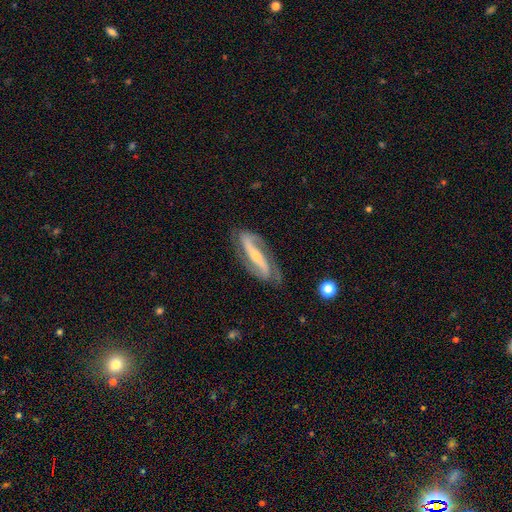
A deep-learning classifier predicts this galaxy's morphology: Q: Smooth or featured?
A: featured or disk (88%); runner-up: smooth (8%)
Q: Edge-on disk?
A: no (90%); runner-up: yes (10%)
Q: Bar?
A: strong (64%); runner-up: weak (19%)
Q: Spiral arms?
A: yes (96%); runner-up: no (4%)
Q: Spiral winding?
A: medium (44%); runner-up: tight (28%)
Q: Spiral arm count?
A: 2 (92%); runner-up: can't tell (3%)
Q: Bulge size?
A: small (61%); runner-up: moderate (33%)
Q: Merging?
A: none (80%); runner-up: minor disturbance (14%)